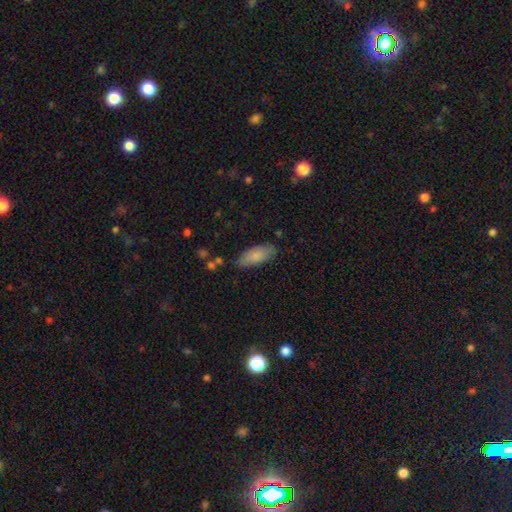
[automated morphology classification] Smooth or featured? smooth (83%)
How rounded? in between (80%)
Merging? none (81%)